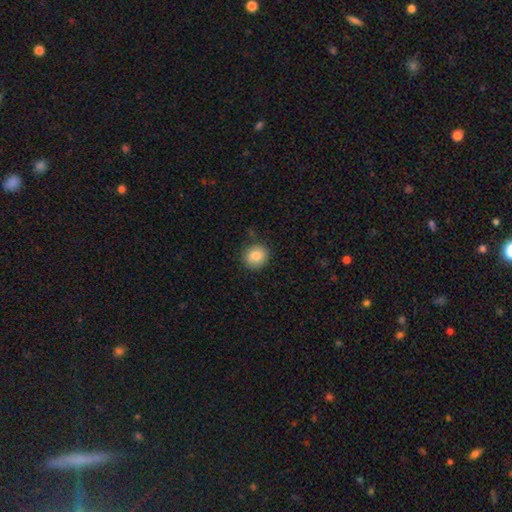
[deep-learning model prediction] smooth-or-featured: smooth: 84% | star or artifact: 8% | featured or disk: 7%
  how-rounded: round: 80% | in between: 19% | cigar-shaped: 1%
  merging: none: 81% | minor disturbance: 14% | major disturbance: 3% | merger: 2%